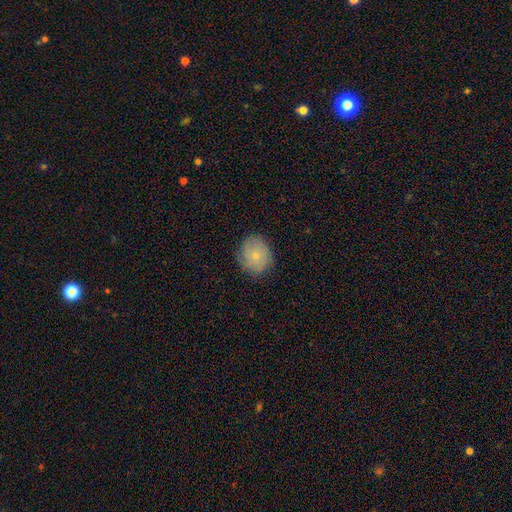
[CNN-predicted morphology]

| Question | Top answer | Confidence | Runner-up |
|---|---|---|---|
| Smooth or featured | smooth | 70% | featured or disk (22%) |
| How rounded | round | 76% | in between (23%) |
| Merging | none | 82% | minor disturbance (14%) |